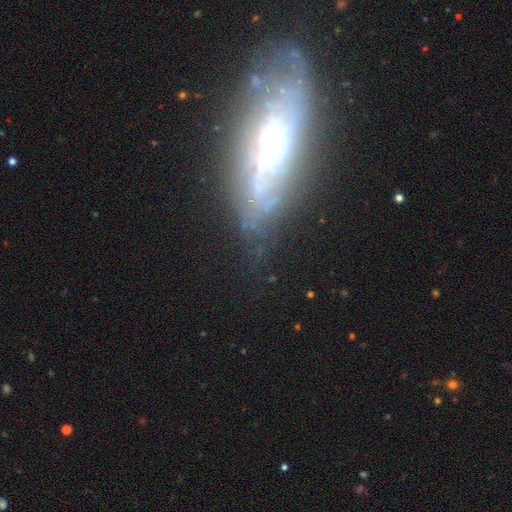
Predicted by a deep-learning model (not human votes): A featured or disk galaxy (77%) with no bar (54%), spiral arms (71%) and a moderate central bulge (58%). Merging: none (66%).